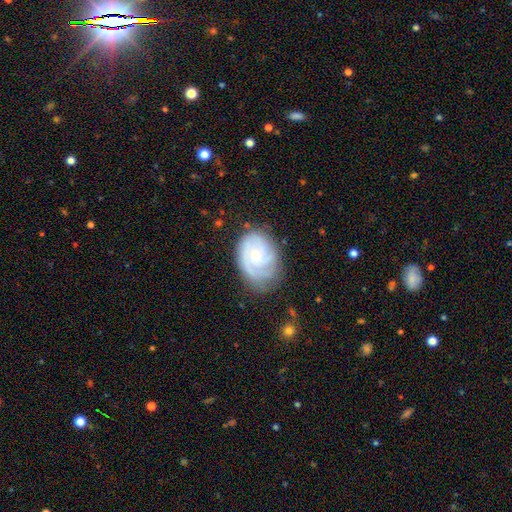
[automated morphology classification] Smooth or featured: featured or disk — 79% (smooth — 15%)
Edge-on disk: no — 98% (yes — 2%)
Bar: no — 70% (weak — 26%)
Spiral arms: yes — 95% (no — 5%)
Spiral winding: tight — 65% (medium — 28%)
Spiral arm count: 3 — 30% (2 — 26%)
Bulge size: small — 67% (moderate — 28%)
Merging: none — 64% (minor disturbance — 24%)